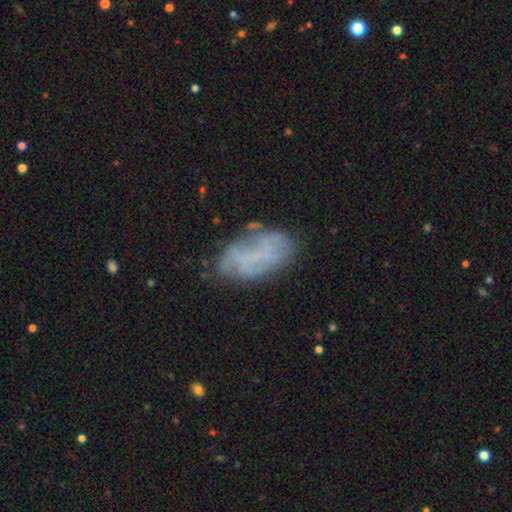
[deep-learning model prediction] Overall: featured or disk (47%; smooth 37%). Merging: none (64%).